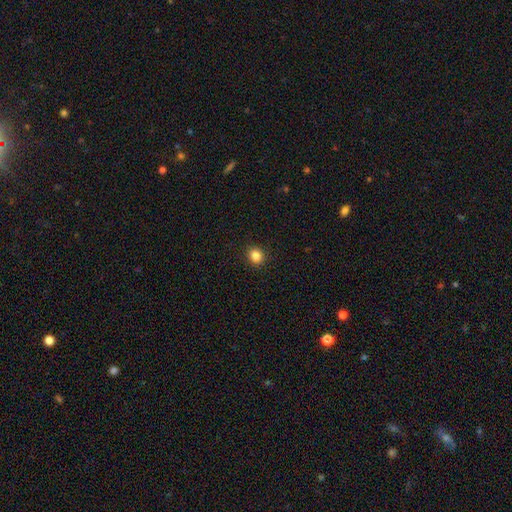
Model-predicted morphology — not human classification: This appears to be a smooth galaxy with no disk features (85%) that is round (75%). Merging: none (91%).